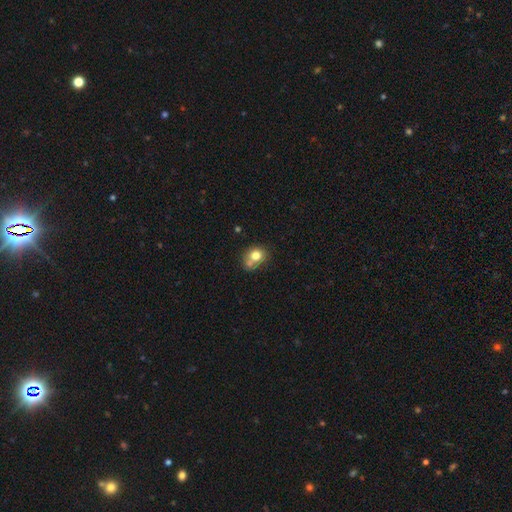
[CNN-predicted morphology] Smooth or featured: smooth — 75% (featured or disk — 14%)
How rounded: round — 65% (in between — 34%)
Merging: none — 47% (merger — 31%)